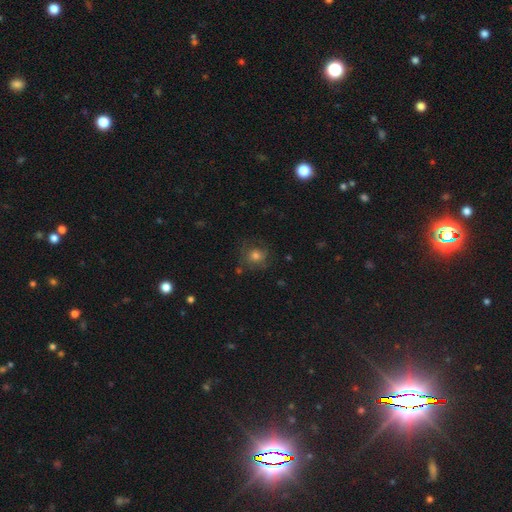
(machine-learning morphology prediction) type=smooth (66%); roundness=round (85%); merging=none (68%).